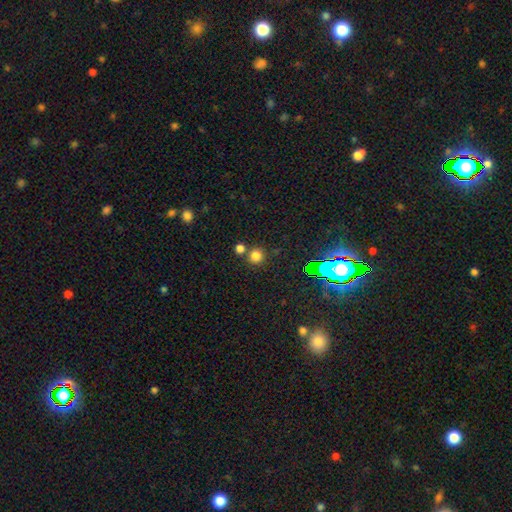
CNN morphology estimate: Smooth or featured? Predicted: smooth (p=0.76). How rounded? Predicted: round (p=0.93). Merging? Predicted: none (p=0.72).